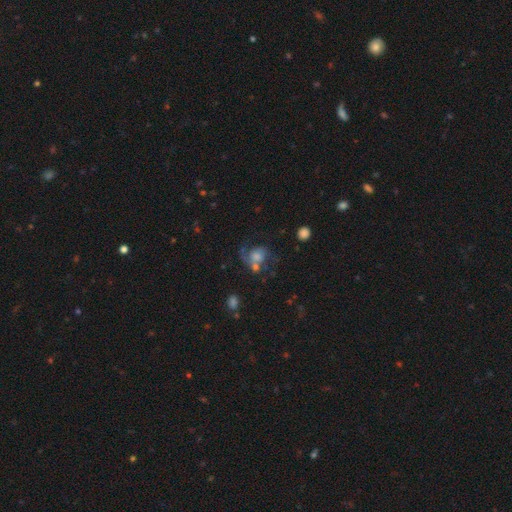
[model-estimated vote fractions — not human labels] smooth_or_featured: featured or disk (p=0.52) [alt: smooth p=0.32]
disk_edge_on: no (p=0.97) [alt: yes p=0.03]
bar: no (p=0.77) [alt: weak p=0.20]
has_spiral_arms: yes (p=0.77) [alt: no p=0.23]
bulge_size: moderate (p=0.37) [alt: small p=0.22]
merging: none (p=0.40) [alt: major disturbance p=0.26]